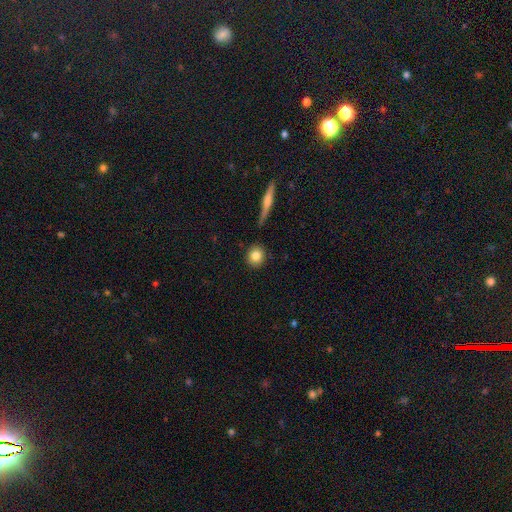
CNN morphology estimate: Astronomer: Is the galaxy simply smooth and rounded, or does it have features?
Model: smooth — 82%.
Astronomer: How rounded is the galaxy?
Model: round — 84%.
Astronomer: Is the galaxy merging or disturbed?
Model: none — 88%.